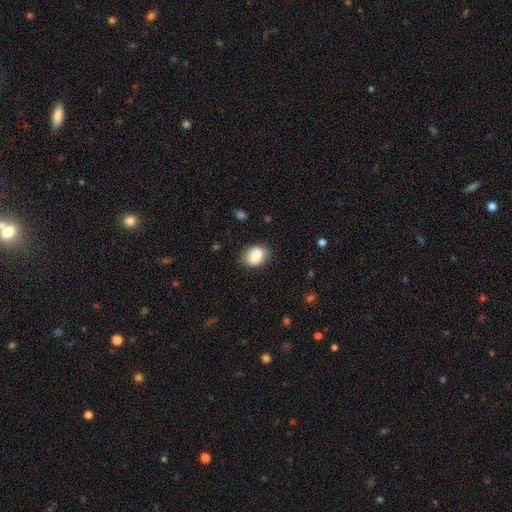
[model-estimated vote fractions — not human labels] A smooth galaxy with no disk features (86%) that is in between round and cigar-shaped (73%).

Vote fractions:
- Smooth or featured? smooth: 86% / star or artifact: 8% / featured or disk: 6%
- How rounded? in between: 73% / round: 26% / cigar-shaped: 1%
- Merging? none: 76% / minor disturbance: 18% / major disturbance: 5% / merger: 2%